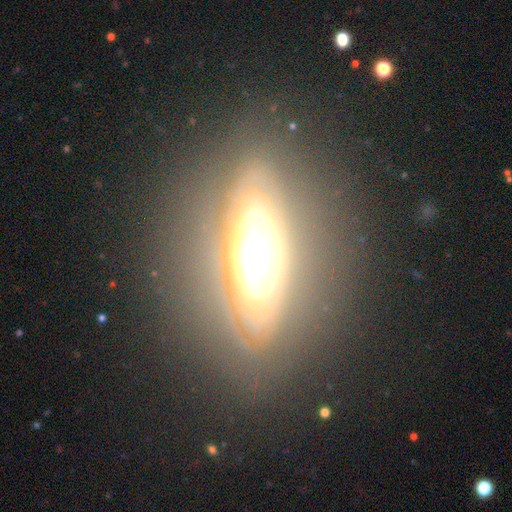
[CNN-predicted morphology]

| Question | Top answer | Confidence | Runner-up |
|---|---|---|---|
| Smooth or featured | featured or disk | 73% | smooth (17%) |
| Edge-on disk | yes | 61% | no (39%) |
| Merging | none | 78% | minor disturbance (13%) |